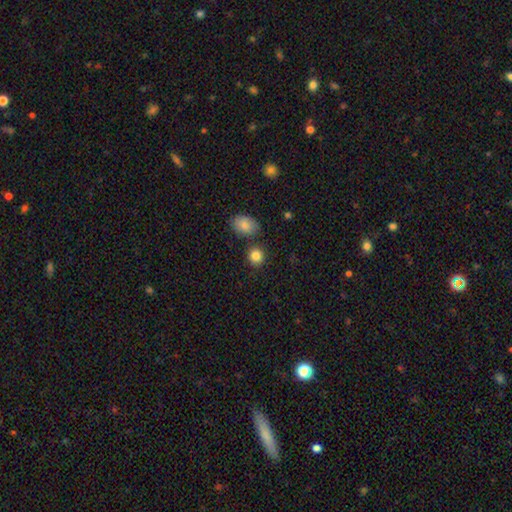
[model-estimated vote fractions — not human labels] The model was most divided on "how rounded": round: 84%, in between: 15%, cigar-shaped: 1%. More confident: smooth or featured — smooth (85%); merging — none (80%).